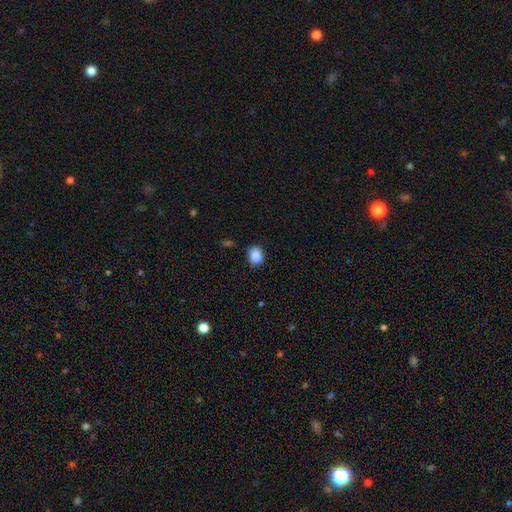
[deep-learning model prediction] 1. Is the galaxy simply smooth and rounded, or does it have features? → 86% smooth, 9% star or artifact, 5% featured or disk.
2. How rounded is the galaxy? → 50% round, 49% in between, 1% cigar-shaped.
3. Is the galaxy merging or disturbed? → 75% none, 19% minor disturbance, 4% major disturbance, 3% merger.